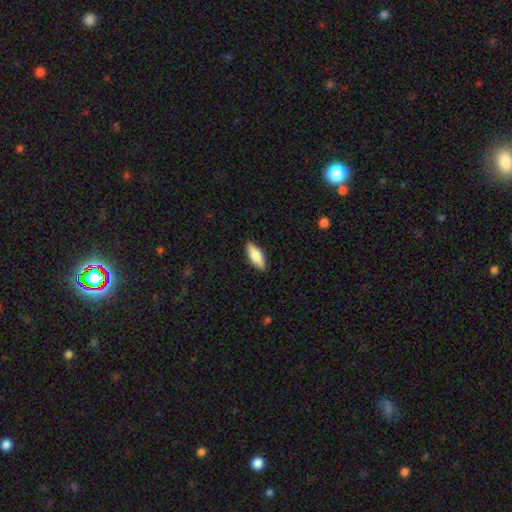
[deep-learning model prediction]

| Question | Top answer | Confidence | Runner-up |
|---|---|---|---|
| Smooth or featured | smooth | 76% | featured or disk (19%) |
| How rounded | in between | 66% | cigar-shaped (31%) |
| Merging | none | 89% | minor disturbance (9%) |